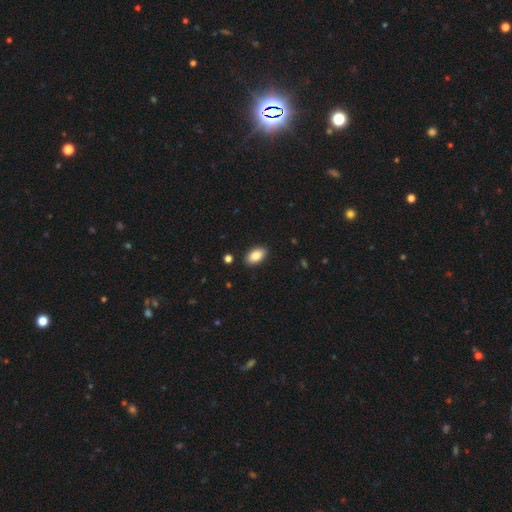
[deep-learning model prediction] The model was most divided on "smooth or featured": smooth: 86%, star or artifact: 7%, featured or disk: 7%. More confident: how rounded — in between (94%); merging — none (89%).